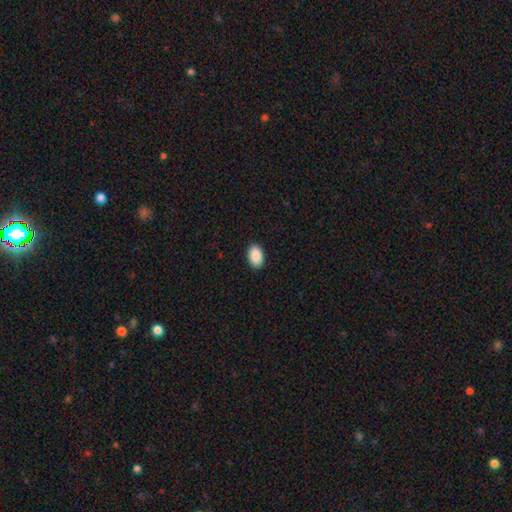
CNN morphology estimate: Smooth or featured? smooth (90%)
How rounded? in between (91%)
Merging? none (91%)